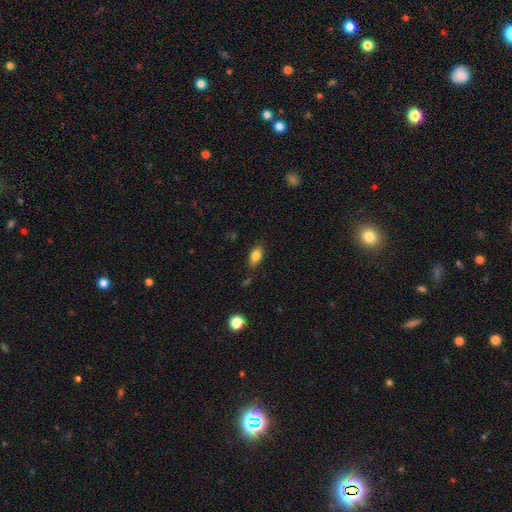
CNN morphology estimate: Overall: smooth (82%). How rounded: in between (87%). Merging: none (79%).